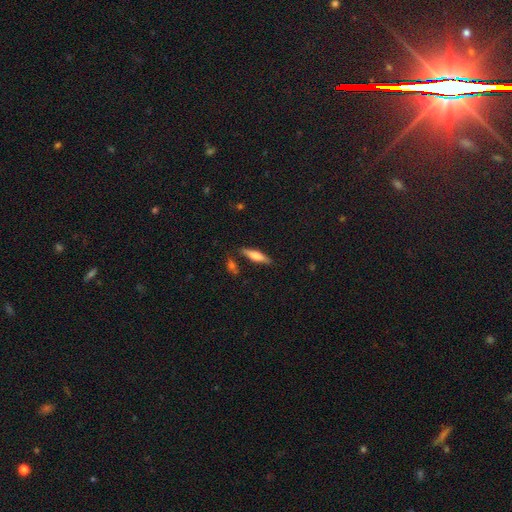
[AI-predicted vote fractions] A smooth galaxy with no disk features (65%) that is cigar-shaped (71%). Merging: none (81%).